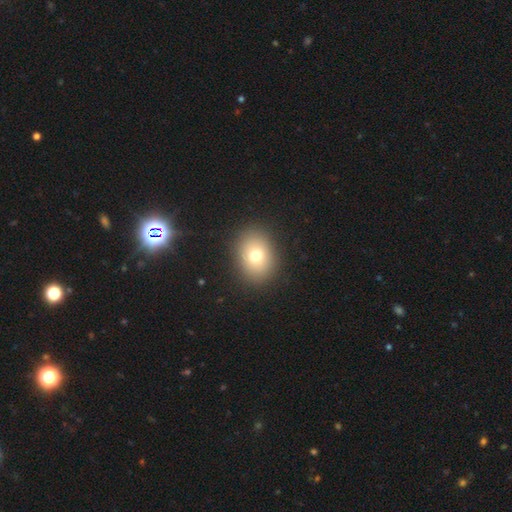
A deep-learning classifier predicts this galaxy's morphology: Smooth or featured? Predicted: smooth (p=0.75). How rounded? Predicted: in between (p=0.56). Merging? Predicted: none (p=0.88).